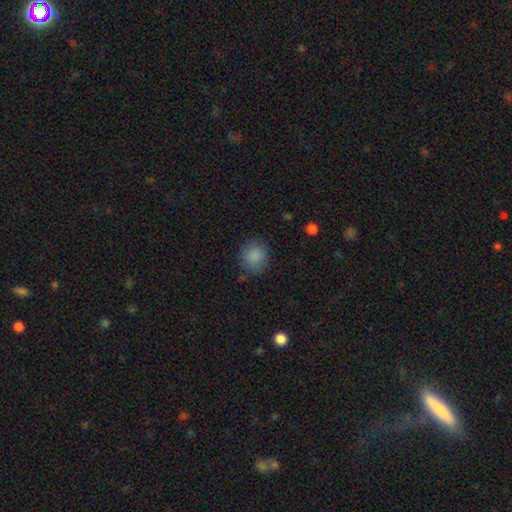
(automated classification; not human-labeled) smooth 86%, star or artifact 9%, featured or disk 4%. Down the decision tree: how rounded — round (82%); merging — none (80%).